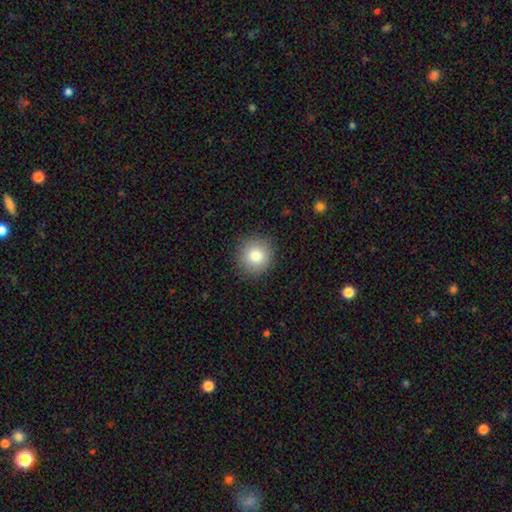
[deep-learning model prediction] smooth-or-featured: smooth: 81% | star or artifact: 10% | featured or disk: 9%
  how-rounded: round: 92% | in between: 7% | cigar-shaped: 1%
  merging: none: 90% | minor disturbance: 7% | major disturbance: 2% | merger: 1%